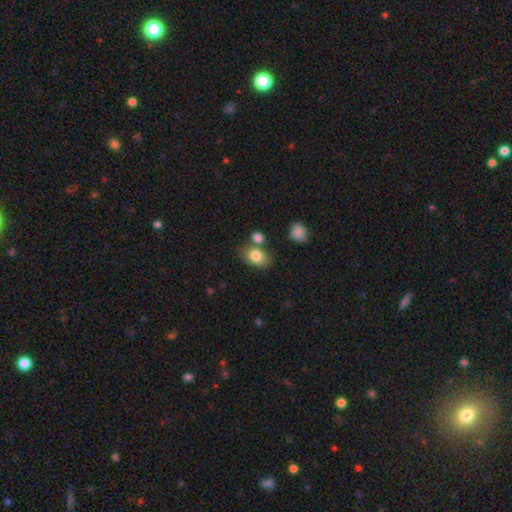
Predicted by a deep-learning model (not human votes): Smooth or featured?
  - smooth: 81% *
  - featured or disk: 10%
  - star or artifact: 9%
How rounded?
  - in between: 79% *
  - round: 20%
  - cigar-shaped: 1%
Merging?
  - none: 63% *
  - merger: 18%
  - minor disturbance: 14%
  - major disturbance: 4%